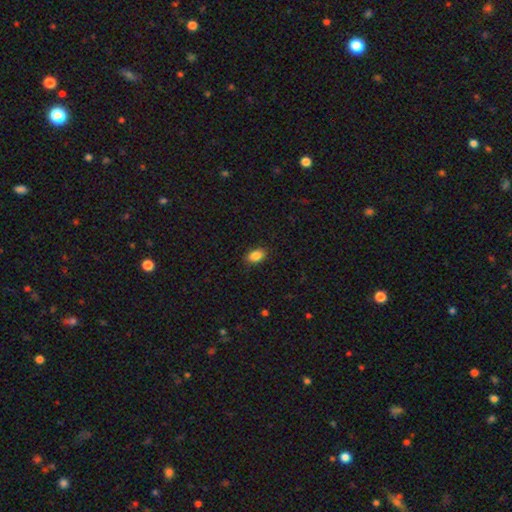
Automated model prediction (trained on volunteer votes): smooth-or-featured: smooth: 86% | star or artifact: 9% | featured or disk: 5%
  how-rounded: in between: 87% | round: 11% | cigar-shaped: 2%
  merging: none: 87% | minor disturbance: 10% | major disturbance: 2% | merger: 1%